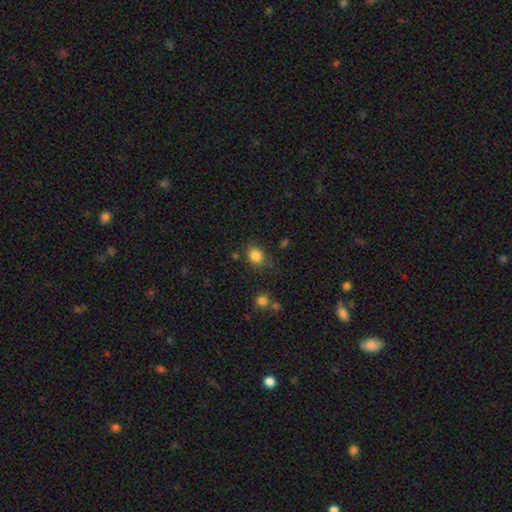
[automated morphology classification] A smooth galaxy with no disk features (84%) that is round (56%). Merging: none (73%).